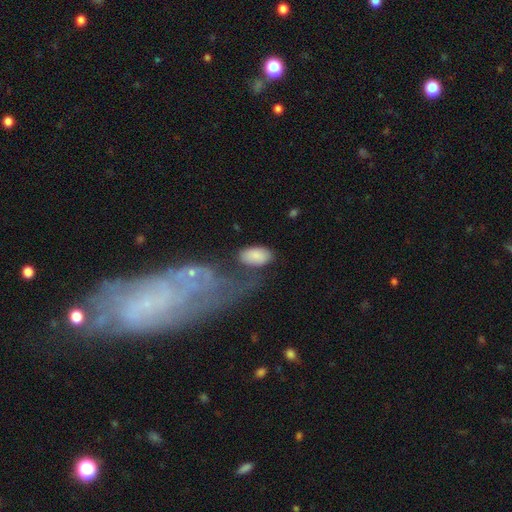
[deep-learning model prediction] Smooth or featured: smooth — 84% (featured or disk — 10%)
How rounded: in between — 94% (round — 4%)
Merging: none — 59% (minor disturbance — 20%)